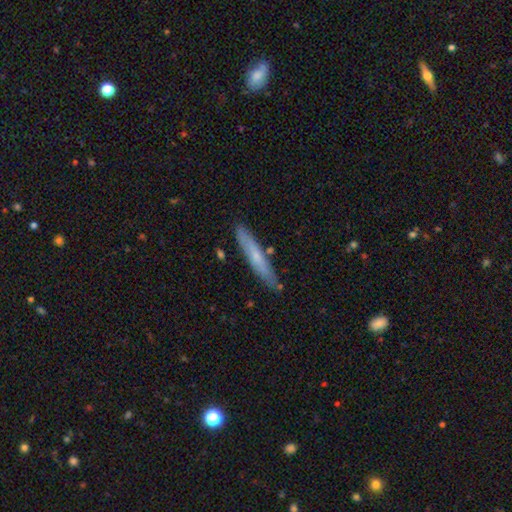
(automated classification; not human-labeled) Morphology: type=smooth (57%); roundness=cigar-shaped (93%); merging=none (84%).